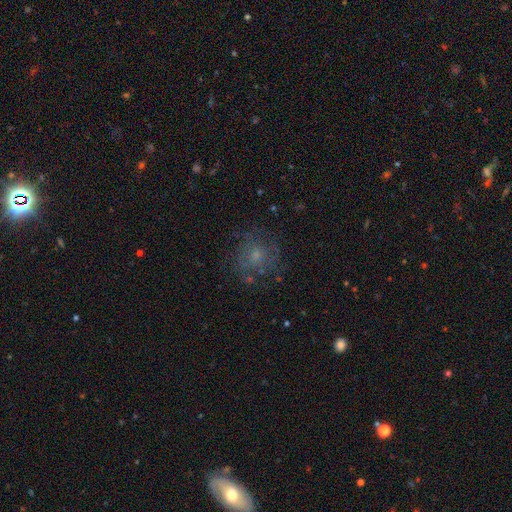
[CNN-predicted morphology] smooth 46%, featured or disk 36%, star or artifact 19%. Down the decision tree: merging — none (71%).